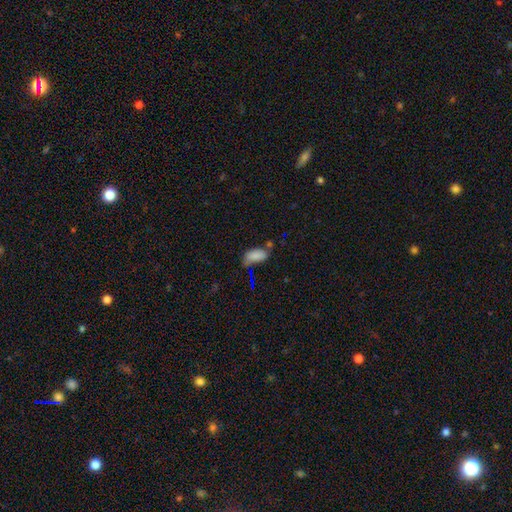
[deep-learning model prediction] The model was most divided on "merging": none: 52%, minor disturbance: 26%, merger: 14%, major disturbance: 9%. More confident: how rounded — in between (92%); smooth or featured — smooth (82%).